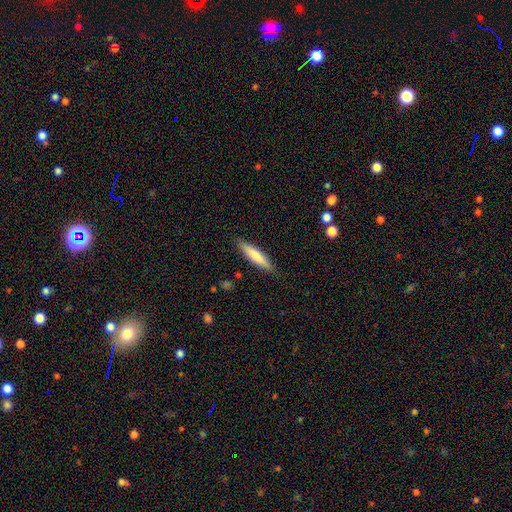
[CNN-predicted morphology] Smooth or featured?
  - smooth: 74% *
  - featured or disk: 21%
  - star or artifact: 5%
How rounded?
  - cigar-shaped: 82% *
  - in between: 16%
  - round: 1%
Merging?
  - none: 87% *
  - minor disturbance: 10%
  - major disturbance: 2%
  - merger: 1%